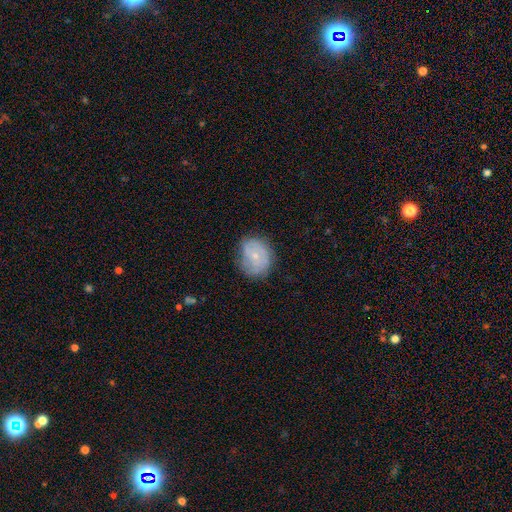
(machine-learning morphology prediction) Smooth or featured? featured or disk (47%)
Merging? none (64%)